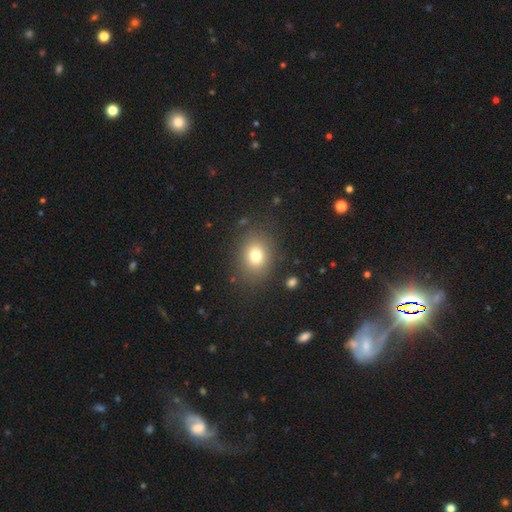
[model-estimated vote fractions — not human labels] Overall: smooth (76%). How rounded: round (53%; in between 46%). Merging: none (84%).